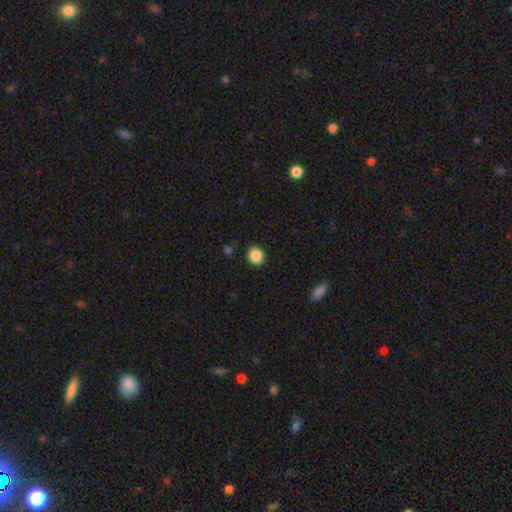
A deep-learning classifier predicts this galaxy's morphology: Smooth or featured?
  - smooth: 88% *
  - star or artifact: 9%
  - featured or disk: 3%
How rounded?
  - round: 74% *
  - in between: 25%
  - cigar-shaped: 1%
Merging?
  - none: 90% *
  - minor disturbance: 7%
  - major disturbance: 2%
  - merger: 1%